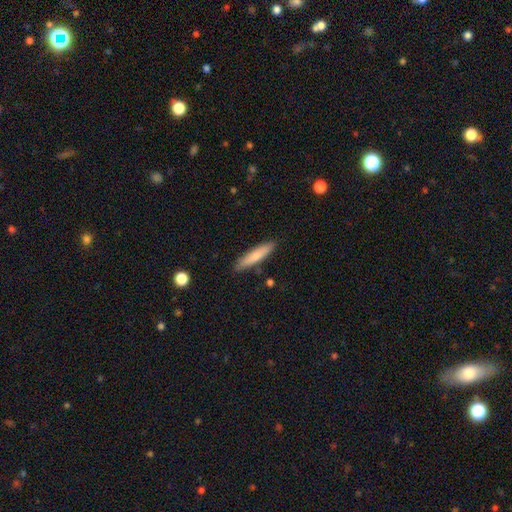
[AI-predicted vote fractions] Smooth or featured?
  - smooth: 74% *
  - featured or disk: 20%
  - star or artifact: 6%
How rounded?
  - cigar-shaped: 84% *
  - in between: 15%
  - round: 1%
Merging?
  - none: 87% *
  - minor disturbance: 10%
  - major disturbance: 2%
  - merger: 2%